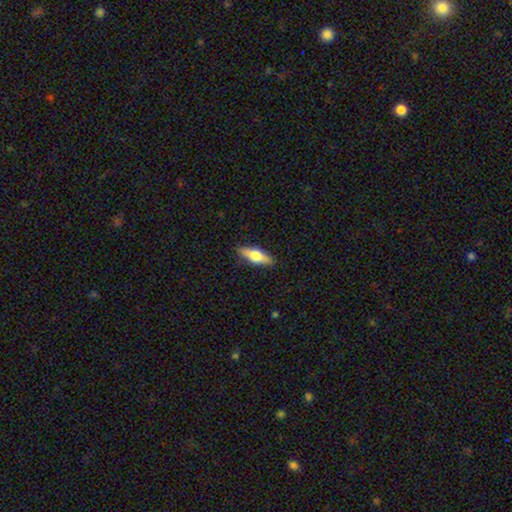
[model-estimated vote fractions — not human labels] Overall: smooth (53%; featured or disk 41%). How rounded: in between (53%; cigar-shaped 44%). Merging: none (89%).